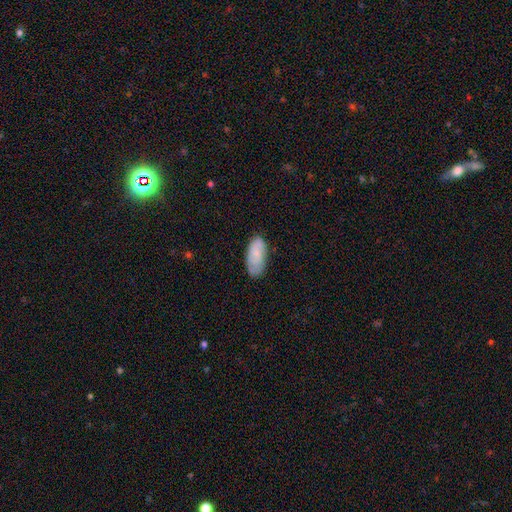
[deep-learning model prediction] This is likely a smooth galaxy (65%). How rounded: clearly in between (90%). Merging: likely none (74%).